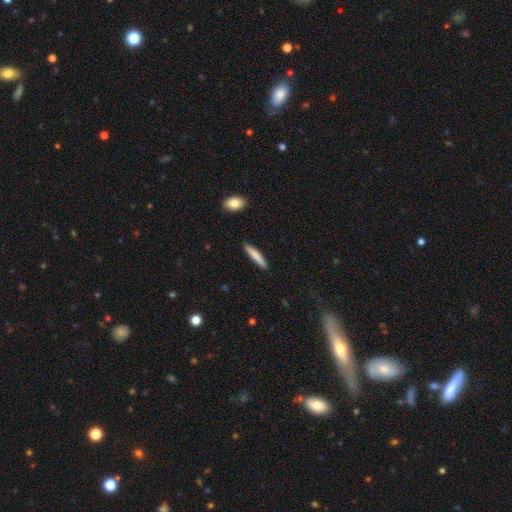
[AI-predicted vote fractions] This appears to be a smooth galaxy with no disk features (81%) that is cigar-shaped (90%). Merging: none (91%).